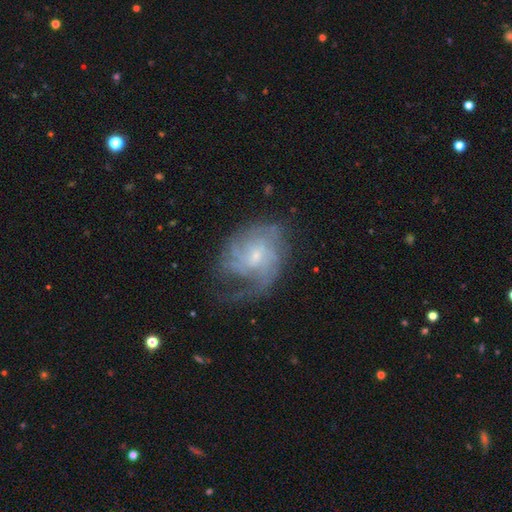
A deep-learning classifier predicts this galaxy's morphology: Smooth or featured? Predicted: featured or disk (p=0.78). Edge-on disk? Predicted: no (p=0.97). Bar? Predicted: no (p=0.60). Spiral arms? Predicted: yes (p=0.91). Spiral winding? Predicted: tight (p=0.42). Spiral arm count? Predicted: can't tell (p=0.41). Bulge size? Predicted: small (p=0.71). Merging? Predicted: none (p=0.51).